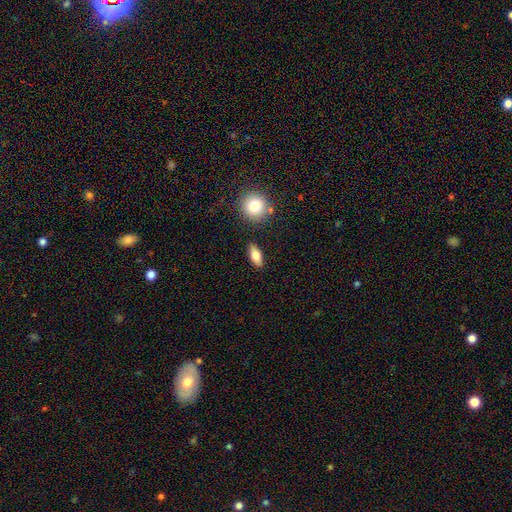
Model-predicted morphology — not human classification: smooth_or_featured: smooth (p=0.71) [alt: featured or disk p=0.22]
how_rounded: in between (p=0.77) [alt: cigar-shaped p=0.17]
merging: none (p=0.86) [alt: minor disturbance p=0.09]